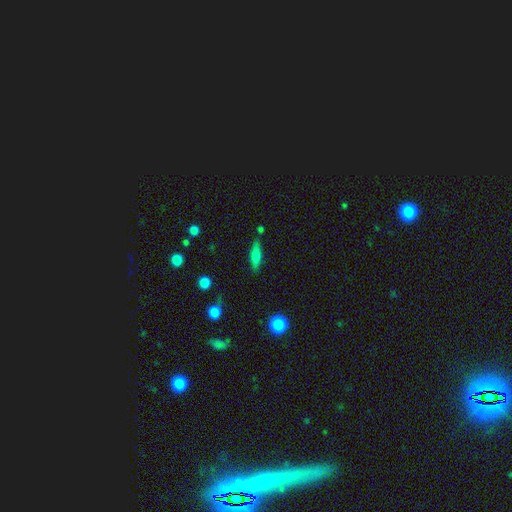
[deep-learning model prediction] smooth 53%, featured or disk 39%, star or artifact 8%. Down the decision tree: how rounded — cigar-shaped (57%); merging — none (79%).